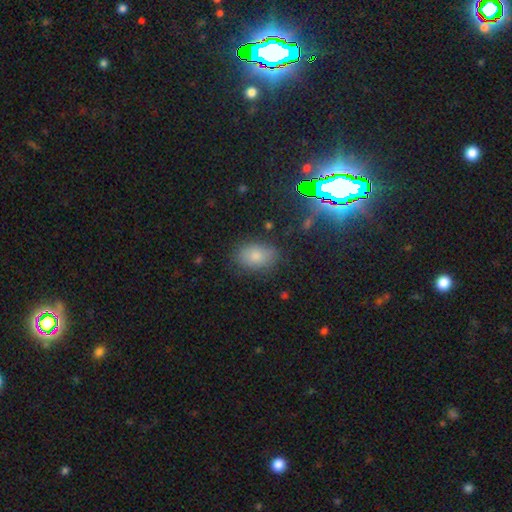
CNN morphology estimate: A smooth galaxy with no disk features (67%) that is in between round and cigar-shaped (82%).

Vote fractions:
- Smooth or featured? smooth: 67% / star or artifact: 23% / featured or disk: 10%
- How rounded? in between: 82% / round: 17% / cigar-shaped: 1%
- Merging? none: 83% / minor disturbance: 12% / major disturbance: 3% / merger: 2%